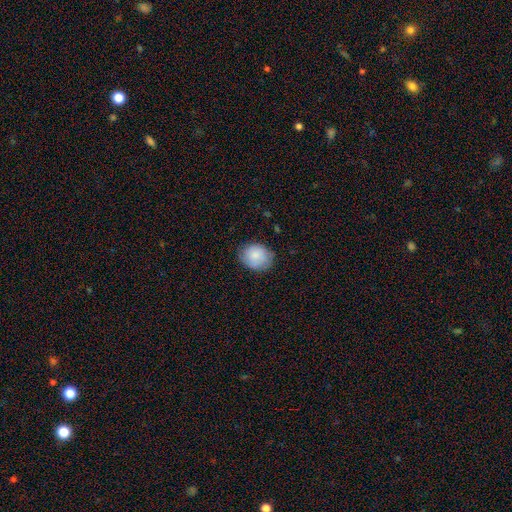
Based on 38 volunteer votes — smooth-or-featured: smooth: 82% | star or artifact: 11% | featured or disk: 8%
  how-rounded: in between: 61% | round: 39% | cigar-shaped: 0%
  merging: none: 82% | minor disturbance: 15% | merger: 3% | major disturbance: 0%